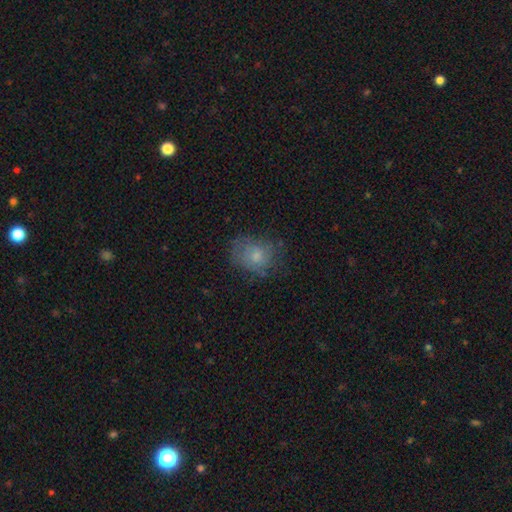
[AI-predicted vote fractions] This appears to be a smooth galaxy with no disk features (61%) that is round (53%). Merging: none (58%).